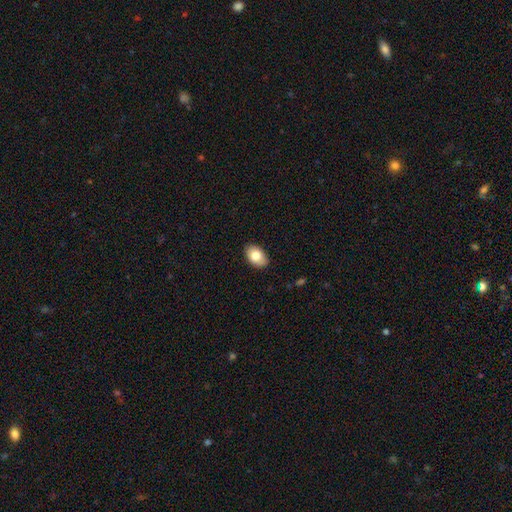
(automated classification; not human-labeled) A smooth galaxy with no disk features (81%) that is in between round and cigar-shaped (88%).

Vote fractions:
- Smooth or featured? smooth: 81% / featured or disk: 12% / star or artifact: 7%
- How rounded? in between: 88% / round: 10% / cigar-shaped: 1%
- Merging? none: 87% / minor disturbance: 10% / major disturbance: 2% / merger: 1%